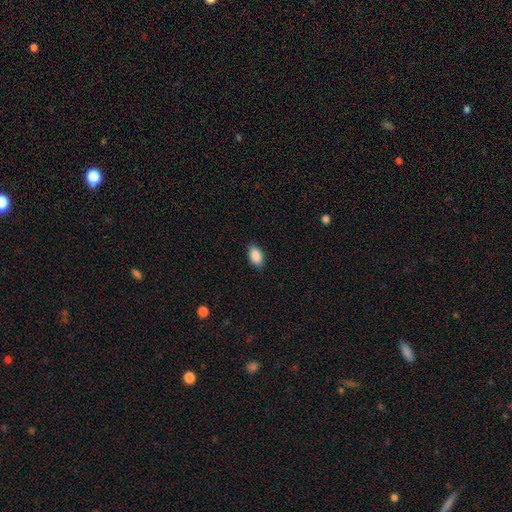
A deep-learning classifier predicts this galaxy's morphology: smooth_or_featured: smooth (p=0.90) [alt: star or artifact p=0.07]
how_rounded: in between (p=0.93) [alt: round p=0.05]
merging: none (p=0.87) [alt: minor disturbance p=0.10]